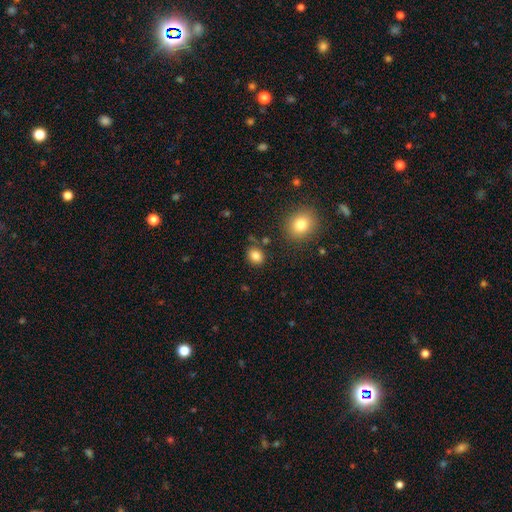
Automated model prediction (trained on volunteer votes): This appears to be a smooth galaxy with no disk features (83%) that is round (61%). Merging: none (82%).